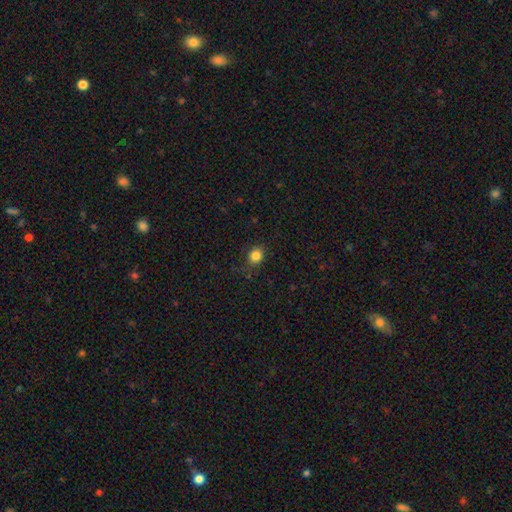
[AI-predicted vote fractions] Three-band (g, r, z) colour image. It shows a smooth galaxy with no disk features (83%) that is round (66%). Merging: none (83%).